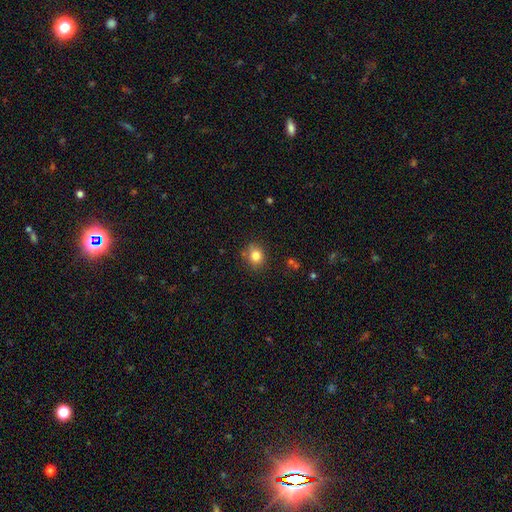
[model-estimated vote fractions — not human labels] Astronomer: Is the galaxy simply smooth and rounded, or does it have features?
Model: smooth — 82%.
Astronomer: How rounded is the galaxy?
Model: round — 67%.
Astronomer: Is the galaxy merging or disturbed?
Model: none — 77%.